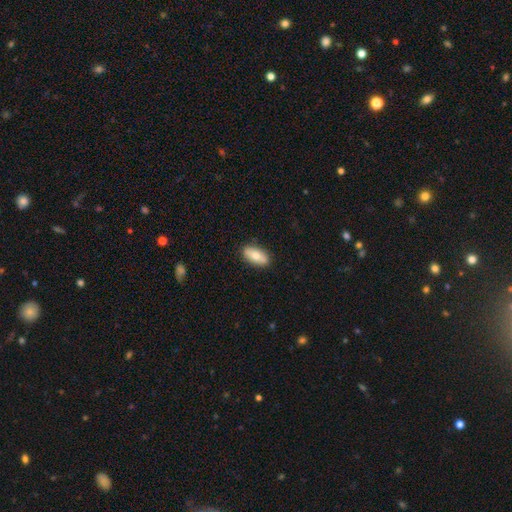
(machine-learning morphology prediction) Smooth or featured?
  - smooth: 76% *
  - featured or disk: 18%
  - star or artifact: 6%
How rounded?
  - in between: 87% *
  - cigar-shaped: 10%
  - round: 3%
Merging?
  - none: 87% *
  - minor disturbance: 10%
  - major disturbance: 2%
  - merger: 1%